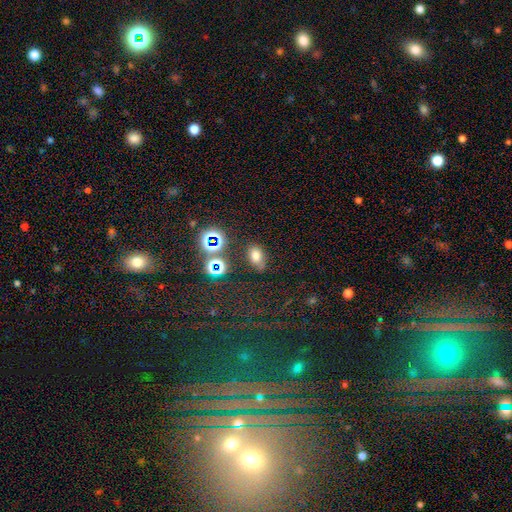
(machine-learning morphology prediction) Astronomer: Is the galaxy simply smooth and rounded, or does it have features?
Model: smooth — 65%.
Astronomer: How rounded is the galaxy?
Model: in between — 84%.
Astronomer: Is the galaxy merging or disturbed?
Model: none — 71%.